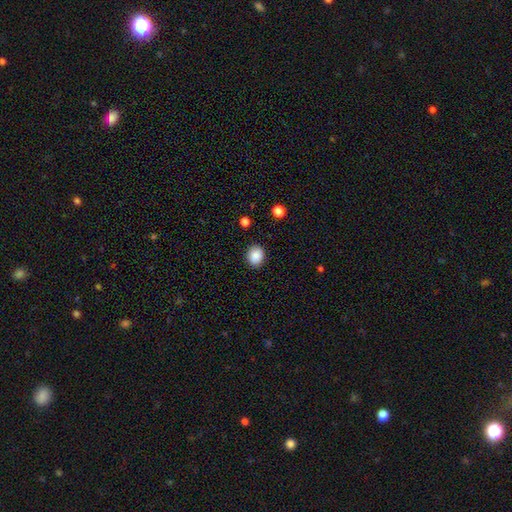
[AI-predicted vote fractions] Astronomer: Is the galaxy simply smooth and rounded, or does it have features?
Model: smooth — 88%.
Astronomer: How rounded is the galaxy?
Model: round — 62%.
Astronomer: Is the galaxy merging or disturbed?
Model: none — 89%.